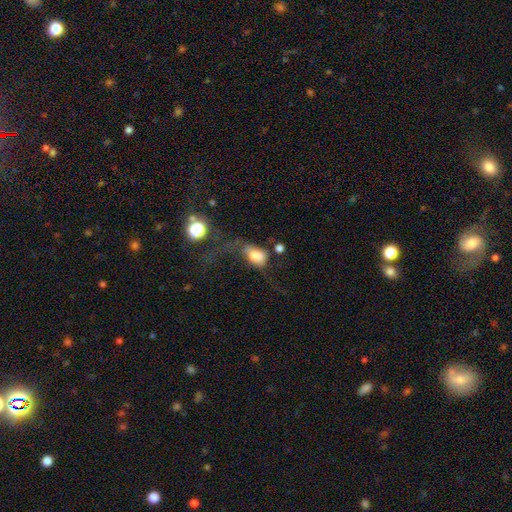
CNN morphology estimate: smooth_or_featured: smooth (p=0.71) [alt: featured or disk p=0.18]
how_rounded: in between (p=0.81) [alt: round p=0.16]
merging: major disturbance (p=0.52) [alt: none p=0.18]